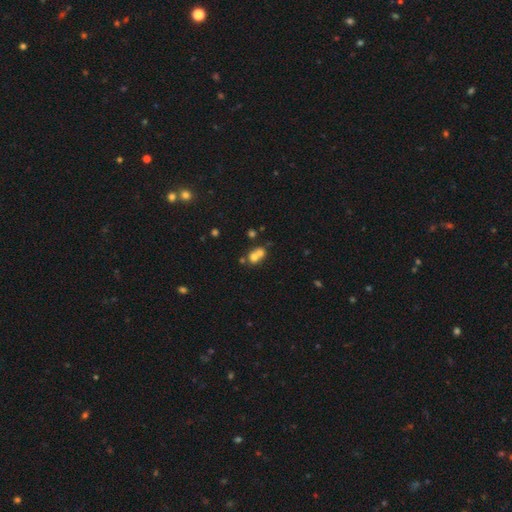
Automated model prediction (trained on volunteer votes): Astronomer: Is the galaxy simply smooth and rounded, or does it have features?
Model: smooth — 65%.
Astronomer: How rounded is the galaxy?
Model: round — 72%.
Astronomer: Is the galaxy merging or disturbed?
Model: merger — 62%.